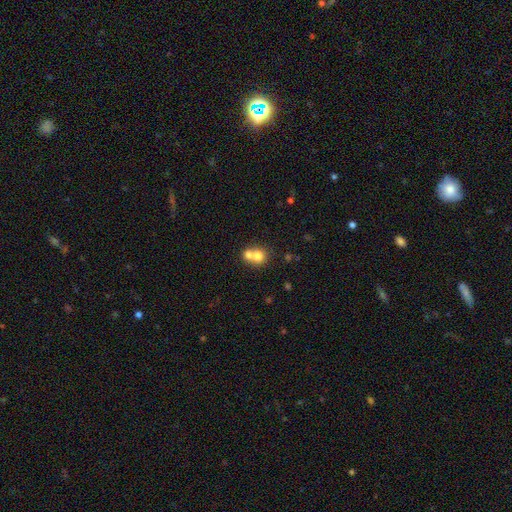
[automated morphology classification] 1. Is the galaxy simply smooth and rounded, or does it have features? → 72% smooth, 17% featured or disk, 11% star or artifact.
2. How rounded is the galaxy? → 79% round, 20% in between, 1% cigar-shaped.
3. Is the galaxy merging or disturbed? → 63% merger, 30% none, 5% minor disturbance, 2% major disturbance.